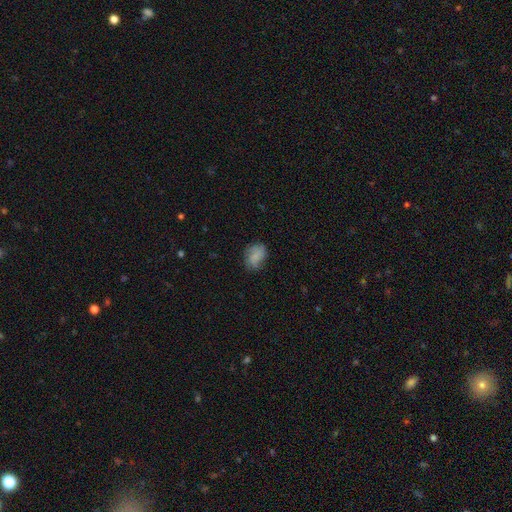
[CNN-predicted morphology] A smooth galaxy with no disk features (72%) that is in between round and cigar-shaped (68%). Merging: none (67%).